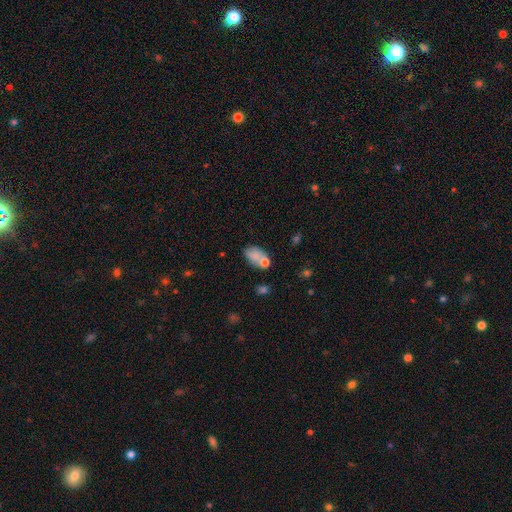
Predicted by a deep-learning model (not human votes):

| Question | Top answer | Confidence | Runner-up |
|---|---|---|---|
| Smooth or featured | smooth | 77% | featured or disk (14%) |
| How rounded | in between | 87% | round (11%) |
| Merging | none | 51% | merger (22%) |